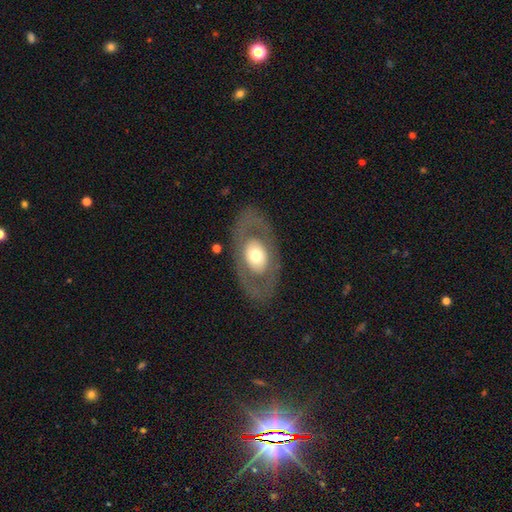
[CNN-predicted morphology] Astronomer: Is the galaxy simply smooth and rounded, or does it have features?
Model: featured or disk — 53% (runner-up: smooth, 42%).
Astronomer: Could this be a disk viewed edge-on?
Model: no — 88%.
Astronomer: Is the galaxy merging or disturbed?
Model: none — 79%.